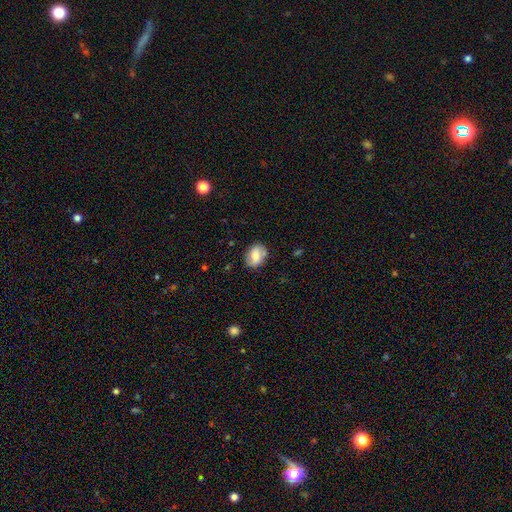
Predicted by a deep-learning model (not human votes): The model was most divided on "how rounded": in between: 64%, round: 34%, cigar-shaped: 2%. More confident: merging — none (76%); smooth or featured — smooth (66%).